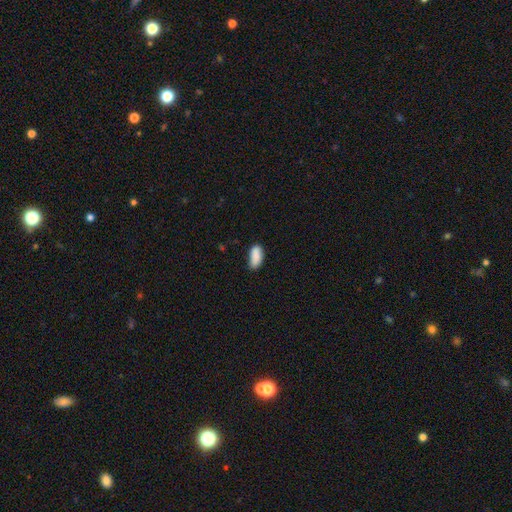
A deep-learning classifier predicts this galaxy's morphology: type=smooth (88%); roundness=in between (90%); merging=none (67%).